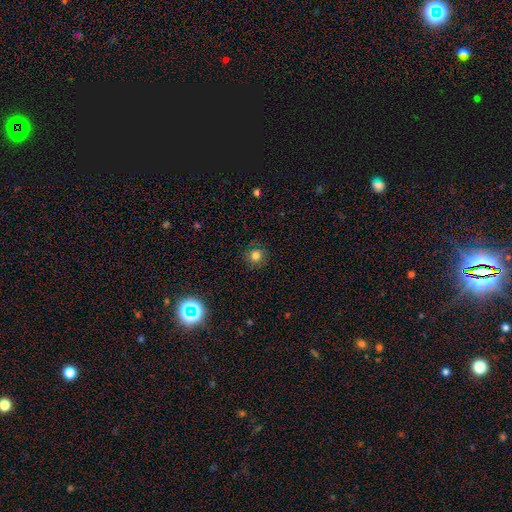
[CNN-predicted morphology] type=smooth (78%); roundness=round (93%); merging=none (88%).